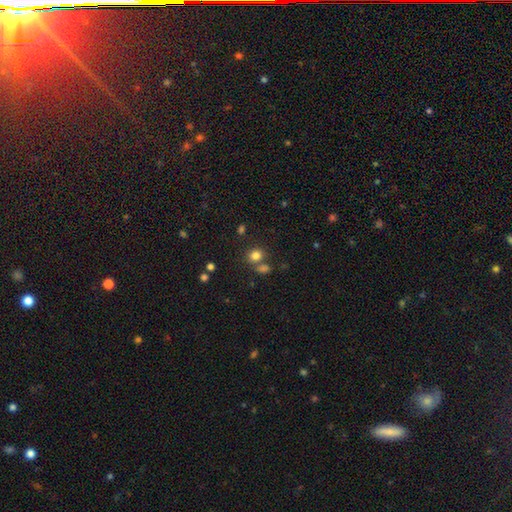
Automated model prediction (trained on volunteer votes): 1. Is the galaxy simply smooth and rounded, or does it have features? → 79% smooth, 14% star or artifact, 7% featured or disk.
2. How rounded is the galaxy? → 64% round, 35% in between, 1% cigar-shaped.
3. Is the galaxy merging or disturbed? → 63% none, 23% merger, 10% minor disturbance, 4% major disturbance.